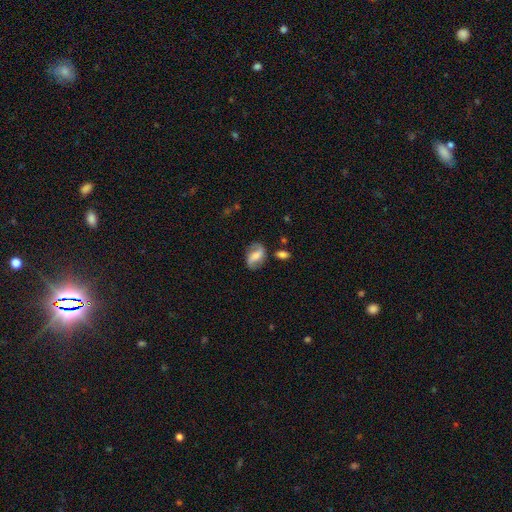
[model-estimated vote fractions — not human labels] Smooth or featured? featured or disk (63%)
Edge-on disk? no (96%)
Bar? weak (41%)
Spiral arms? yes (89%)
Spiral winding? loose (53%)
Spiral arm count? 2 (89%)
Bulge size? moderate (41%)
Merging? none (73%)